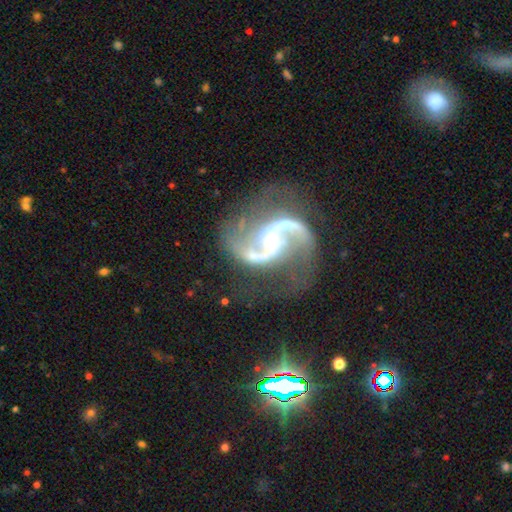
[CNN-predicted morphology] smooth-or-featured: featured or disk: 91% | star or artifact: 6% | smooth: 3%
  disk-edge-on: no: 98% | yes: 2%
    bar: no: 38% | weak: 34% | strong: 28%
    has-spiral-arms: yes: 97% | no: 3%
      spiral-winding: loose: 64% | medium: 29% | tight: 6%
      spiral-arm-count: 2: 91% | 1: 2% | 3: 2% | can't tell: 2% | 4: 1% | more than 4: 1%
    bulge-size: moderate: 50% | small: 43% | large: 3% | none: 2% | dominant: 1%
  merging: none: 53% | major disturbance: 19% | minor disturbance: 17% | merger: 11%